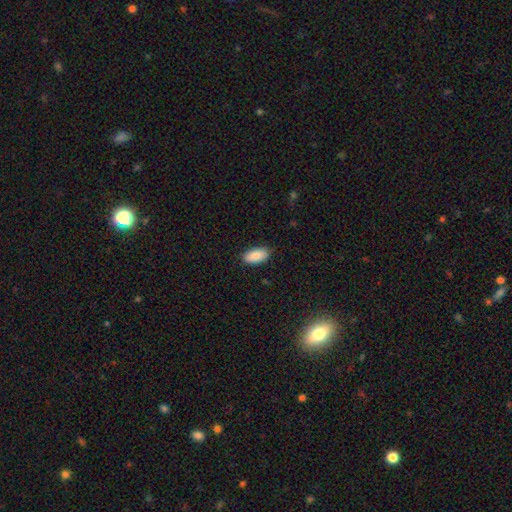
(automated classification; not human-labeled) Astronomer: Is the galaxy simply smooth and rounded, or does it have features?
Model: smooth — 87%.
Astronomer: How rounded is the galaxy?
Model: in between — 93%.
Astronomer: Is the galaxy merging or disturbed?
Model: none — 86%.